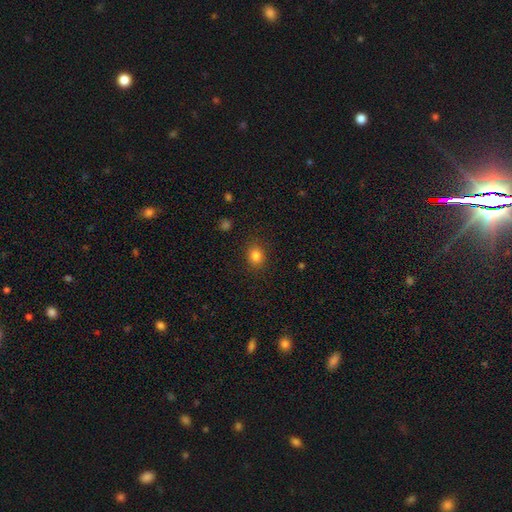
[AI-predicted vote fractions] Smooth or featured? Predicted: smooth (p=0.83). How rounded? Predicted: round (p=0.65). Merging? Predicted: none (p=0.88).